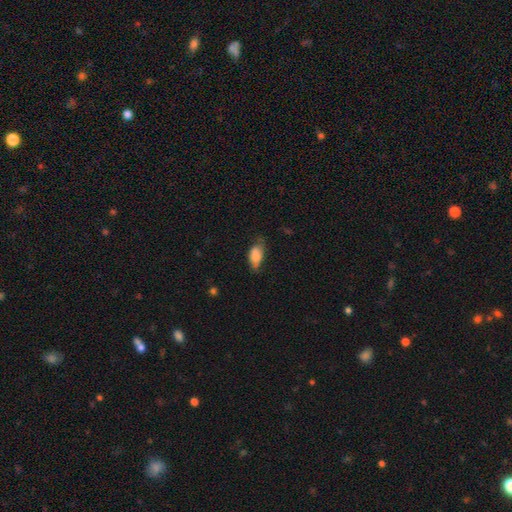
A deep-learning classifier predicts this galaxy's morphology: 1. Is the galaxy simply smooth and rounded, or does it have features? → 79% smooth, 14% featured or disk, 7% star or artifact.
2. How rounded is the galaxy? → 89% in between, 7% cigar-shaped, 4% round.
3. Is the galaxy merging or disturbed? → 49% none, 36% minor disturbance, 12% major disturbance, 2% merger.